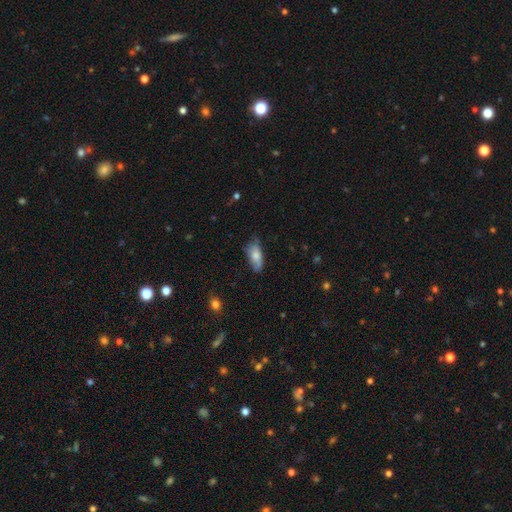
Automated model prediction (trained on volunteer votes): smooth-or-featured: smooth: 72% | featured or disk: 20% | star or artifact: 7%
  how-rounded: in between: 80% | cigar-shaped: 17% | round: 3%
  merging: none: 55% | minor disturbance: 34% | major disturbance: 9% | merger: 2%